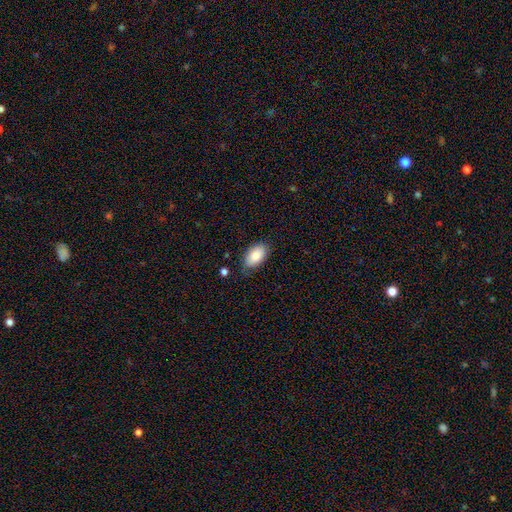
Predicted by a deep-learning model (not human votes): Smooth or featured? smooth (85%)
How rounded? in between (93%)
Merging? none (75%)